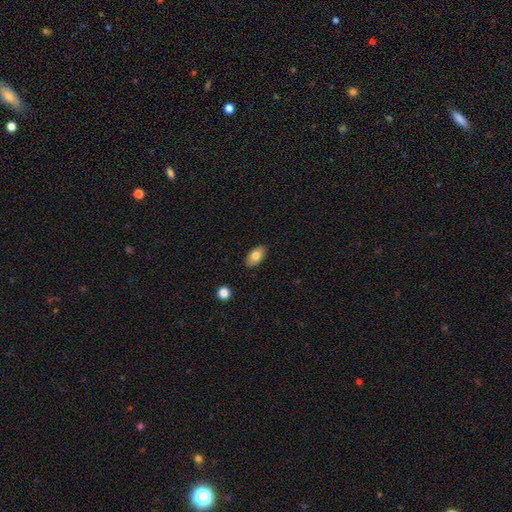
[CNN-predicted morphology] smooth 81%, featured or disk 12%, star or artifact 7%. Down the decision tree: how rounded — in between (93%); merging — none (87%).